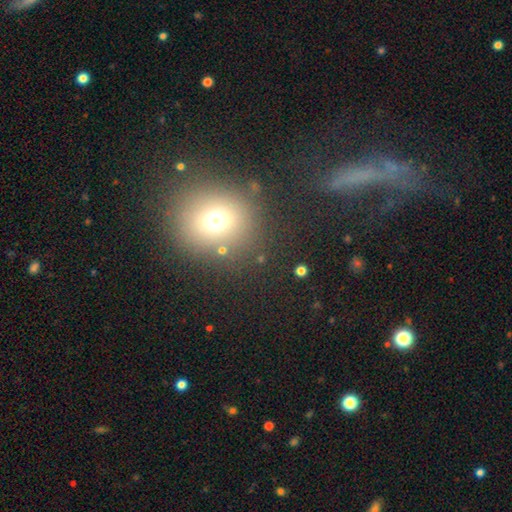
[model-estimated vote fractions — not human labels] Smooth or featured: smooth — 61% (star or artifact — 25%)
How rounded: round — 79% (in between — 18%)
Merging: none — 74% (minor disturbance — 11%)